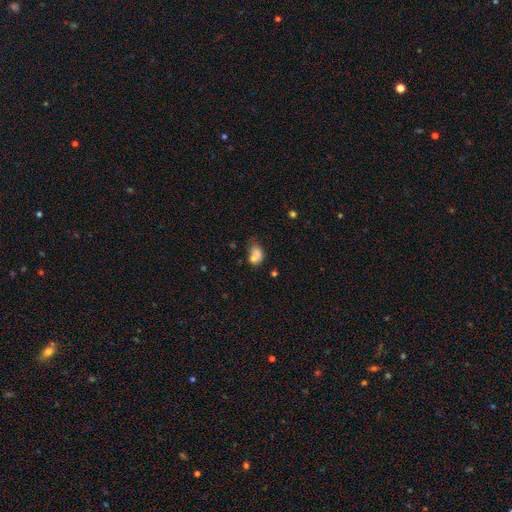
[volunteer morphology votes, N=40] This appears to be a smooth galaxy with no disk features (65%) that is in between round and cigar-shaped (81%). Merging: minor disturbance (31%).